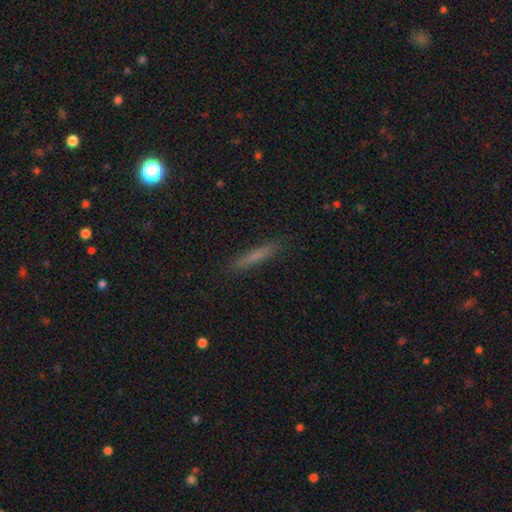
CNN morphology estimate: Smooth or featured? smooth (68%)
How rounded? cigar-shaped (93%)
Merging? none (89%)